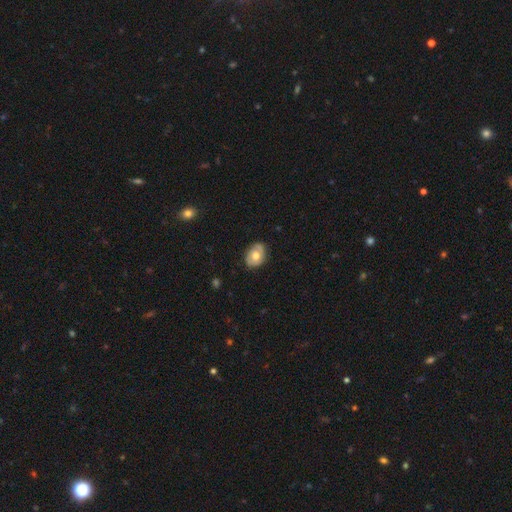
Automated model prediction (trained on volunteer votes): smooth-or-featured: smooth: 51% | featured or disk: 42% | star or artifact: 7%
  how-rounded: in between: 63% | round: 35% | cigar-shaped: 1%
  merging: none: 76% | minor disturbance: 19% | major disturbance: 4% | merger: 1%